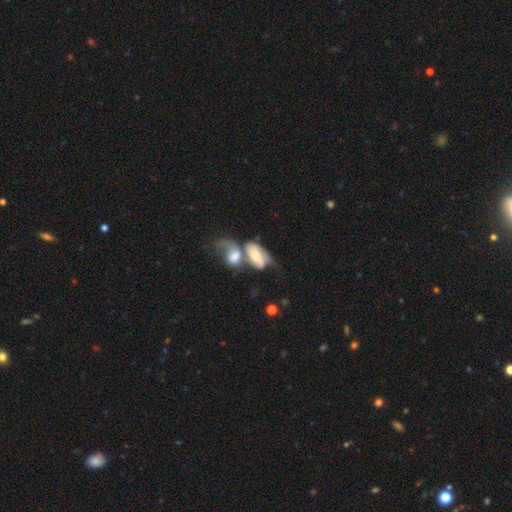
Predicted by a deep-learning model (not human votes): Overall: featured or disk (48%; smooth 45%). Merging: merger (69%).